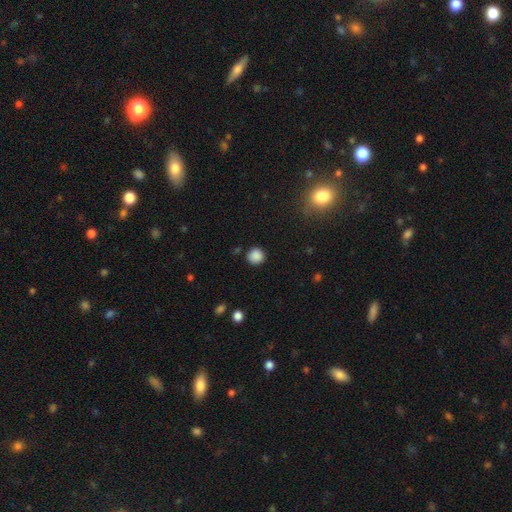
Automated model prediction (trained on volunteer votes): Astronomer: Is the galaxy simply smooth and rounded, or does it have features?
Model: smooth — 86%.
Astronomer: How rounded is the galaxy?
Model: round — 92%.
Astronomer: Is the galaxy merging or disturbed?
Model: none — 88%.